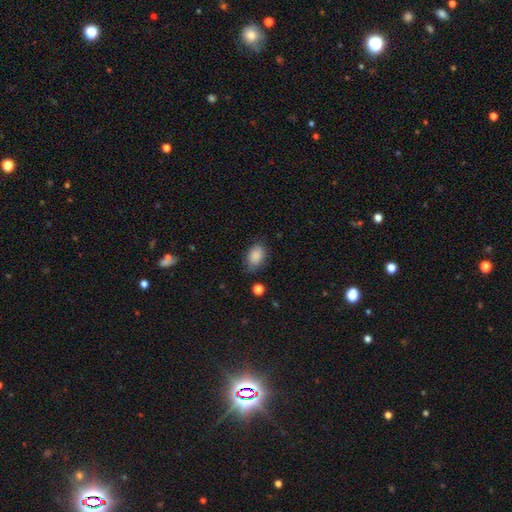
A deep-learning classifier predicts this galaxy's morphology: A smooth galaxy with no disk features (88%) that is in between round and cigar-shaped (84%).

Vote fractions:
- Smooth or featured? smooth: 88% / star or artifact: 8% / featured or disk: 4%
- How rounded? in between: 84% / round: 15% / cigar-shaped: 1%
- Merging? none: 73% / minor disturbance: 21% / major disturbance: 5% / merger: 2%